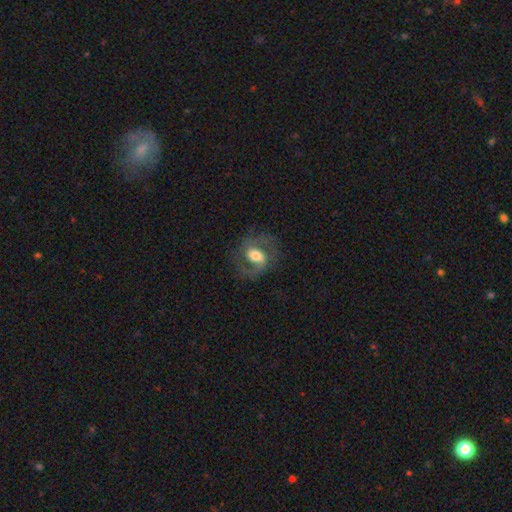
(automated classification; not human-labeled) smooth_or_featured: featured or disk (p=0.72) [alt: smooth p=0.21]
disk_edge_on: no (p=0.96) [alt: yes p=0.04]
bar: weak (p=0.44) [alt: no p=0.34]
has_spiral_arms: yes (p=0.87) [alt: no p=0.13]
spiral_winding: medium (p=0.54) [alt: loose p=0.26]
spiral_arm_count: 2 (p=0.86) [alt: can't tell p=0.05]
bulge_size: moderate (p=0.57) [alt: large p=0.29]
merging: none (p=0.70) [alt: minor disturbance p=0.16]